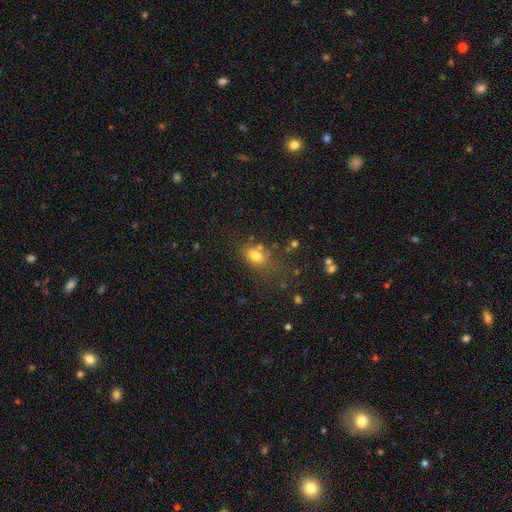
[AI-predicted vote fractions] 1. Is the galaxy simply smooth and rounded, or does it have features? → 74% smooth, 14% star or artifact, 12% featured or disk.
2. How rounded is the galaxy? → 77% in between, 18% round, 4% cigar-shaped.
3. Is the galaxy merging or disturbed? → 60% none, 20% minor disturbance, 10% merger, 10% major disturbance.